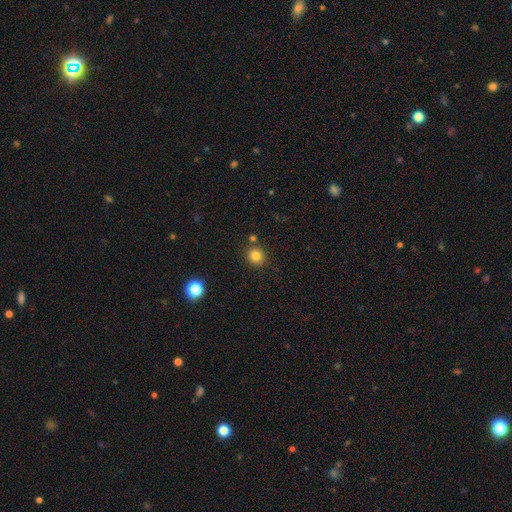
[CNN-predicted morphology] Smooth or featured: smooth — 82% (star or artifact — 13%)
How rounded: round — 87% (in between — 12%)
Merging: none — 81% (minor disturbance — 9%)